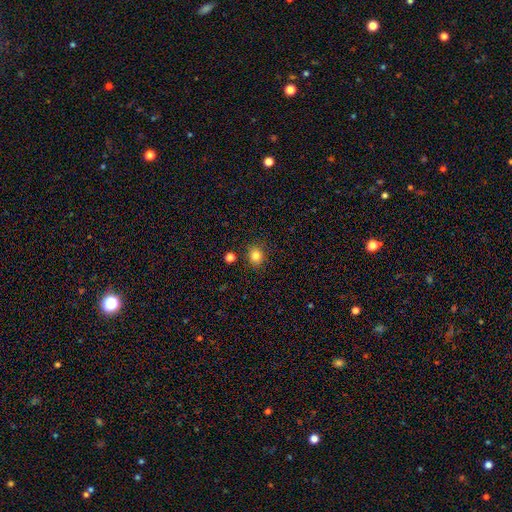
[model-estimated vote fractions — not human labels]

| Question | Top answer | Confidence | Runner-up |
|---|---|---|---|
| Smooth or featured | smooth | 82% | star or artifact (12%) |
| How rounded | round | 77% | in between (22%) |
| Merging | none | 86% | minor disturbance (8%) |